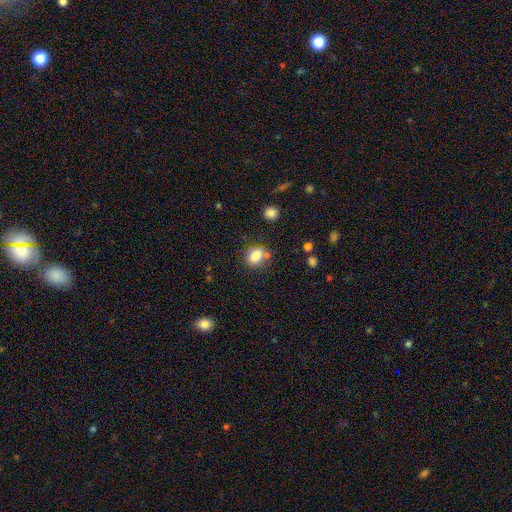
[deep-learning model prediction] smooth 82%, star or artifact 10%, featured or disk 8%. Down the decision tree: how rounded — round (52%); merging — none (65%).